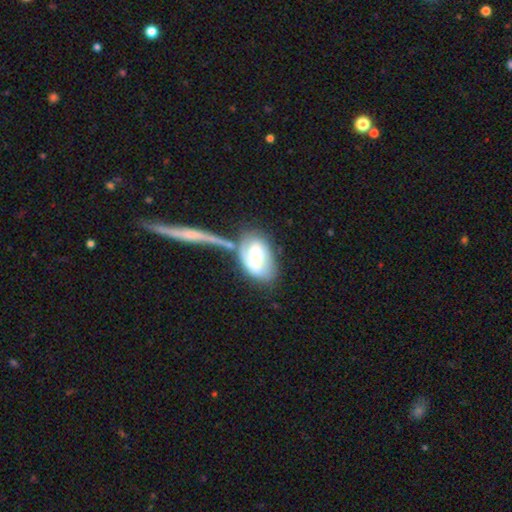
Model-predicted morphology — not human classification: Smooth or featured: smooth — 48% (featured or disk — 44%)
Merging: merger — 33% (none — 32%)